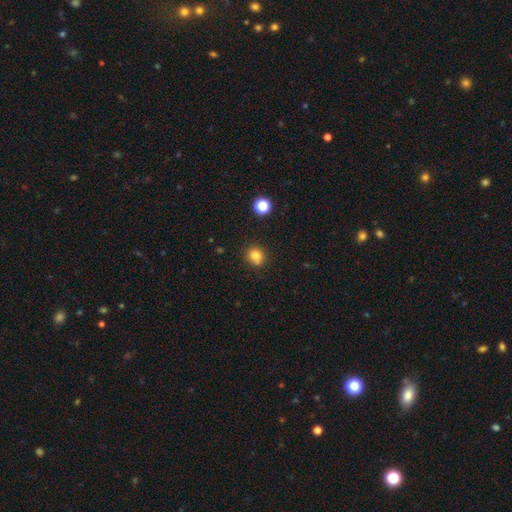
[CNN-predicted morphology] Q: Smooth or featured?
A: smooth (81%); runner-up: star or artifact (13%)
Q: How rounded?
A: round (82%); runner-up: in between (17%)
Q: Merging?
A: none (80%); runner-up: minor disturbance (12%)